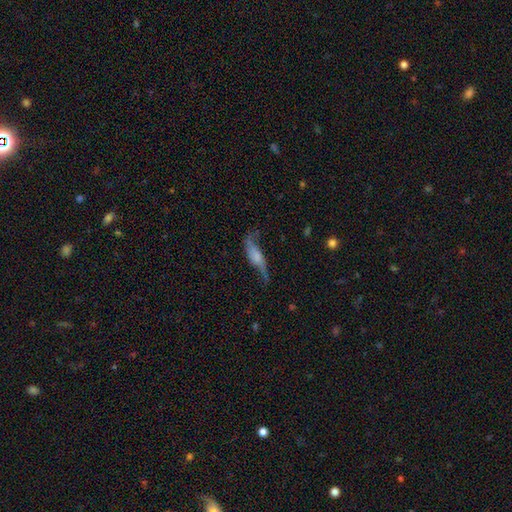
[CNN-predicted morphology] type=featured or disk (57%); edge-on=no (65%); merging=none (47%).